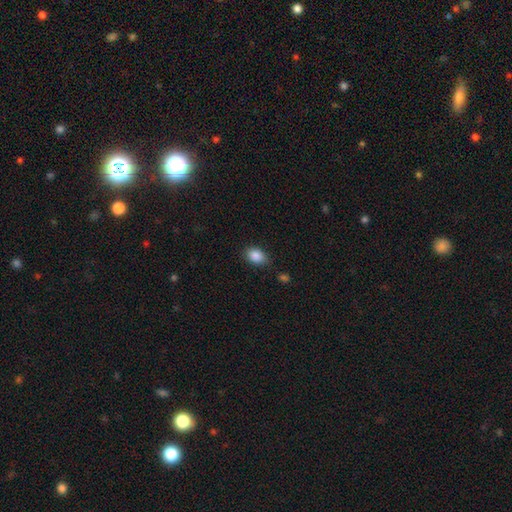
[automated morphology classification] smooth-or-featured: smooth: 88% | star or artifact: 8% | featured or disk: 4%
  how-rounded: in between: 77% | round: 22% | cigar-shaped: 1%
  merging: none: 81% | minor disturbance: 14% | major disturbance: 3% | merger: 2%